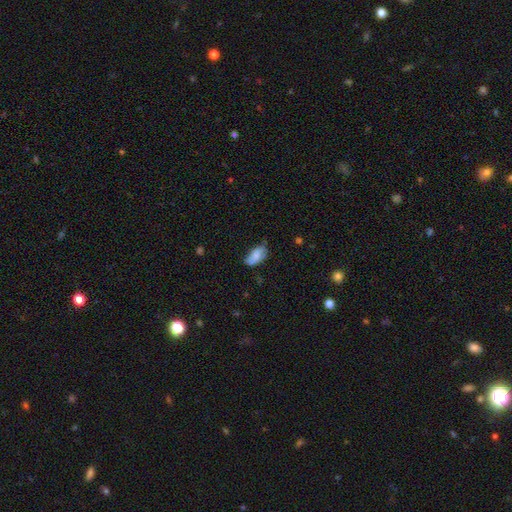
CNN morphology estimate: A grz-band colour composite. It shows a smooth galaxy with no disk features (75%) that is in between round and cigar-shaped (91%). Merging: none (56%).